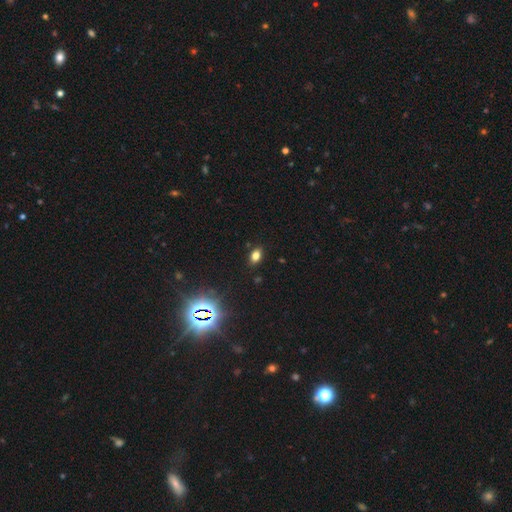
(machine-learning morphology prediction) Smooth or featured? Predicted: smooth (p=0.75). How rounded? Predicted: in between (p=0.83). Merging? Predicted: none (p=0.87).